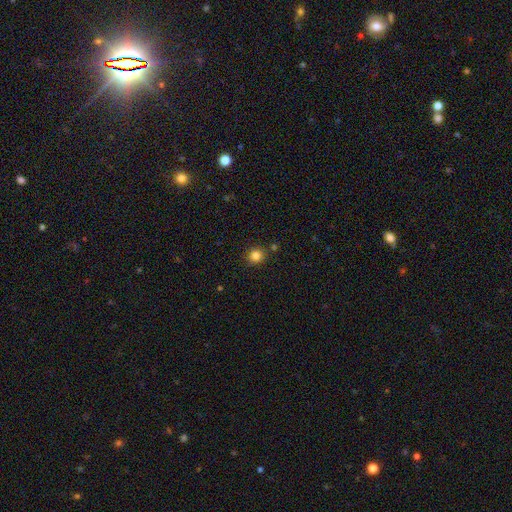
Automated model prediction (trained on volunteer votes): Q: Smooth or featured?
A: smooth (83%); runner-up: star or artifact (12%)
Q: How rounded?
A: round (87%); runner-up: in between (12%)
Q: Merging?
A: none (86%); runner-up: minor disturbance (8%)